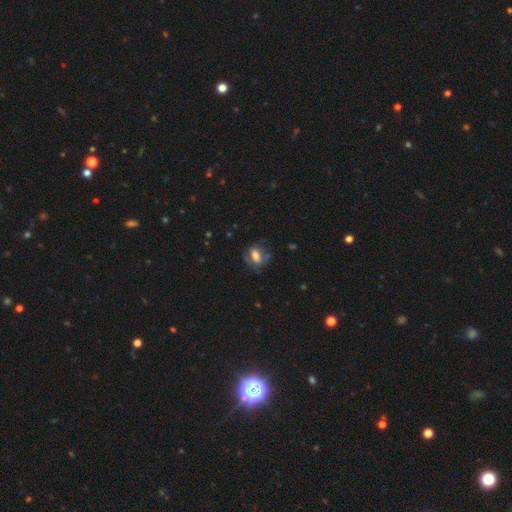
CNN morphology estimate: smooth_or_featured: smooth (p=0.63) [alt: featured or disk p=0.28]
how_rounded: in between (p=0.75) [alt: round p=0.19]
merging: none (p=0.60) [alt: minor disturbance p=0.24]